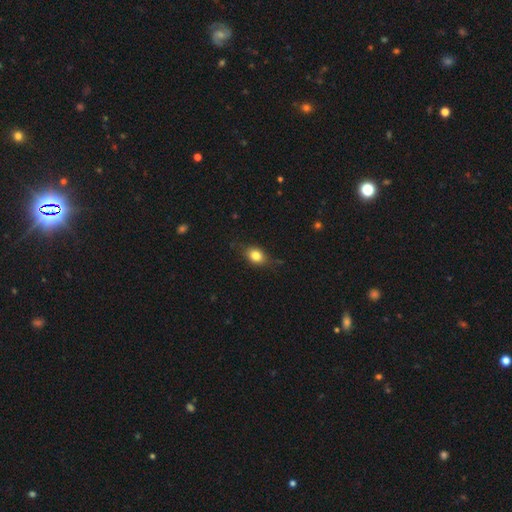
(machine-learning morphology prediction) This appears to be a smooth galaxy with no disk features (80%) that is in between round and cigar-shaped (64%). Merging: none (76%).